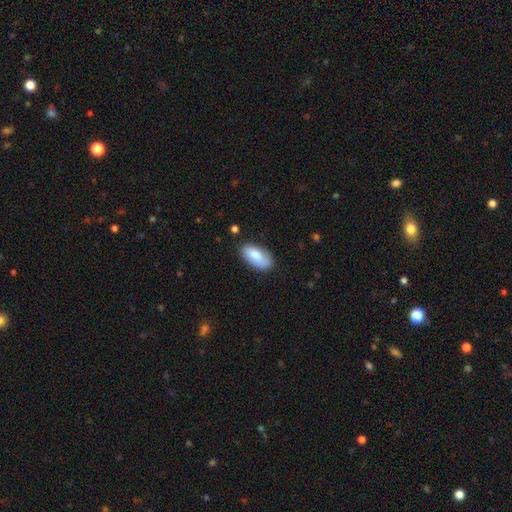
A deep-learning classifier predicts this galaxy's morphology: type=smooth (84%); roundness=in between (93%); merging=none (80%).